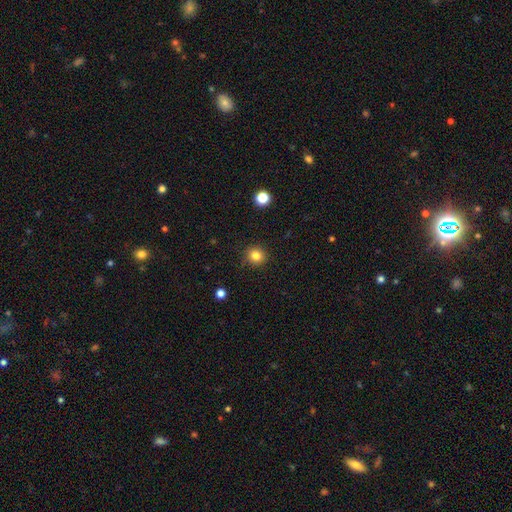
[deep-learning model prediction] This appears to be a smooth galaxy with no disk features (82%) that is round (90%). Merging: none (90%).